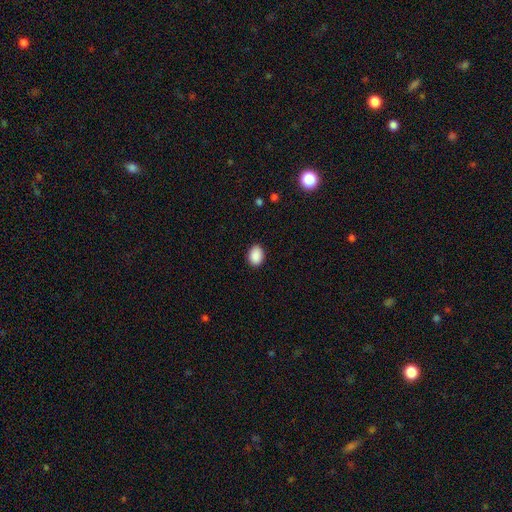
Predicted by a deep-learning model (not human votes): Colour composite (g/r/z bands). It shows a smooth galaxy with no disk features (90%) that is in between round and cigar-shaped (71%). Merging: none (88%).